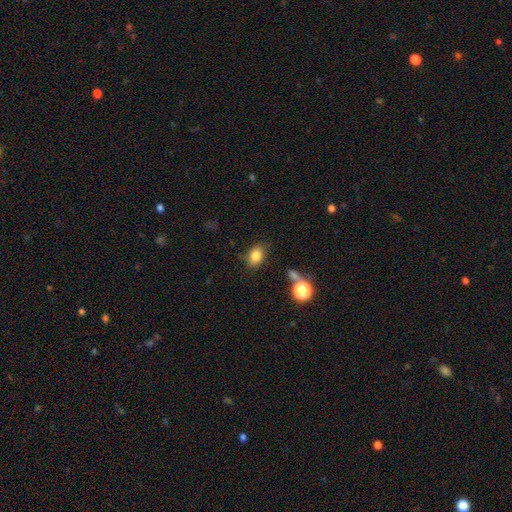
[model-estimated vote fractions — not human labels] smooth 82%, star or artifact 11%, featured or disk 8%. Down the decision tree: how rounded — in between (70%); merging — none (72%).